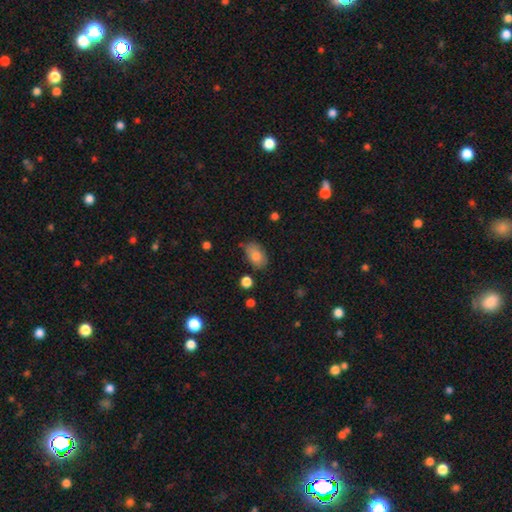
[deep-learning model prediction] Overall: smooth (81%). How rounded: in between (88%). Merging: none (66%).